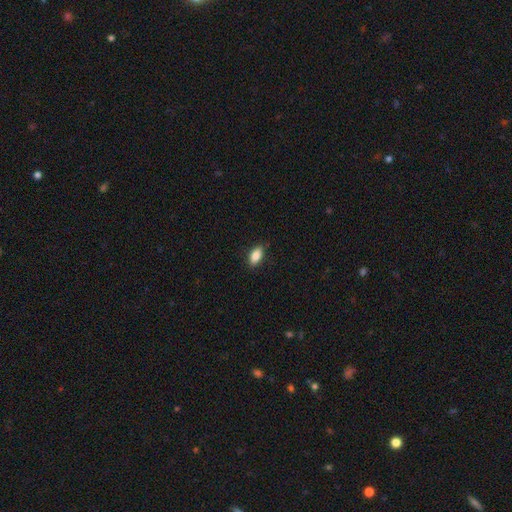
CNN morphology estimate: Smooth or featured?
  - smooth: 86% *
  - star or artifact: 7%
  - featured or disk: 7%
How rounded?
  - in between: 89% *
  - cigar-shaped: 7%
  - round: 4%
Merging?
  - none: 86% *
  - minor disturbance: 11%
  - major disturbance: 2%
  - merger: 1%